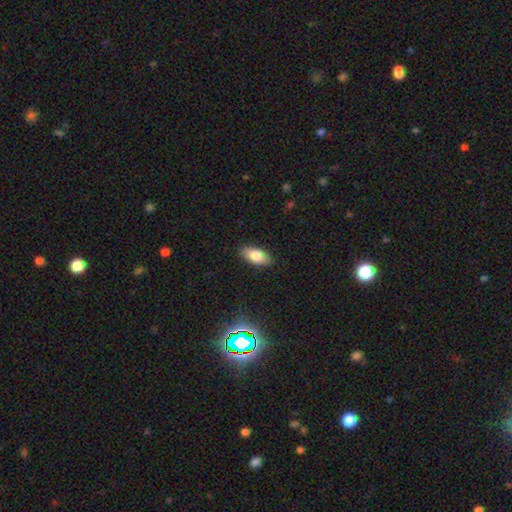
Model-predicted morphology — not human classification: The model was most divided on "smooth or featured": smooth: 81%, featured or disk: 11%, star or artifact: 8%. More confident: how rounded — in between (90%); merging — none (88%).